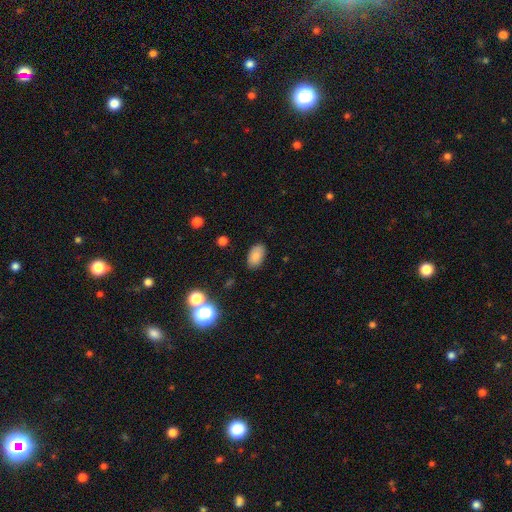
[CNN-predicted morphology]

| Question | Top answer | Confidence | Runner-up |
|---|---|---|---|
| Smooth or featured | smooth | 84% | star or artifact (10%) |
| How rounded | in between | 93% | round (5%) |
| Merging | none | 85% | minor disturbance (11%) |